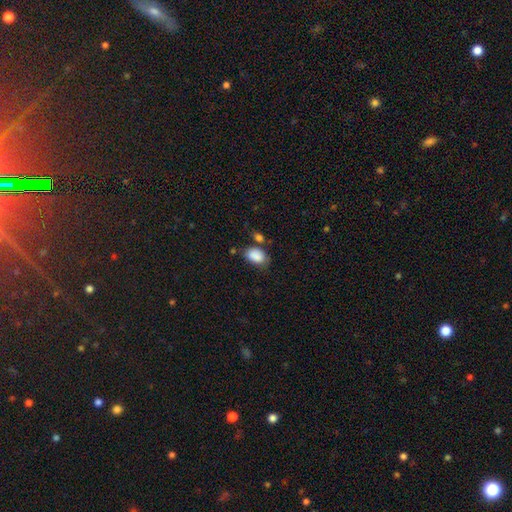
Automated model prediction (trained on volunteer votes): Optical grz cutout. It shows a smooth galaxy with no disk features (87%) that is in between round and cigar-shaped (85%). Merging: none (58%).